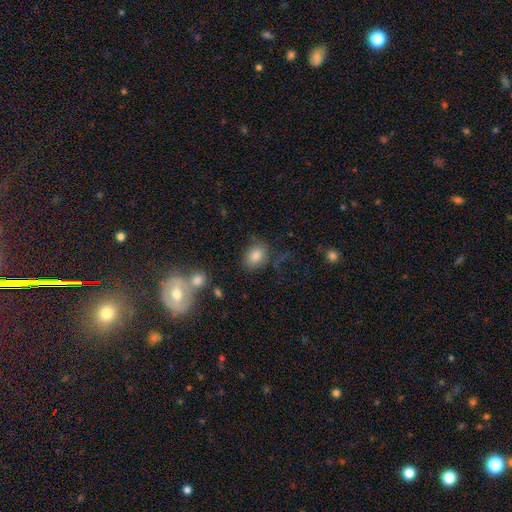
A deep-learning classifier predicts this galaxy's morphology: Smooth or featured: smooth — 80% (star or artifact — 11%)
How rounded: in between — 66% (round — 33%)
Merging: none — 65% (minor disturbance — 18%)